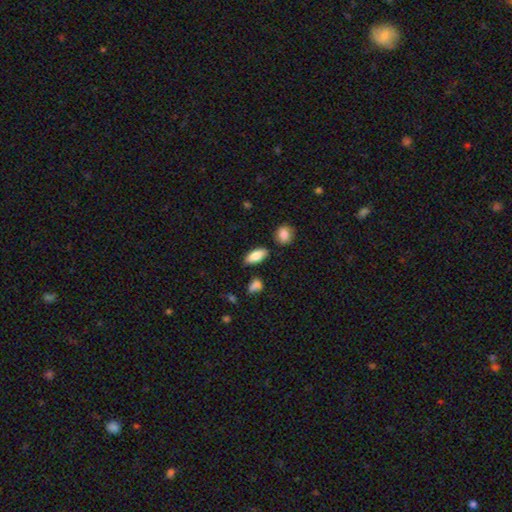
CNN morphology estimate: This is clearly a smooth galaxy (83%). How rounded: clearly in between (85%). Merging: clearly none (82%).